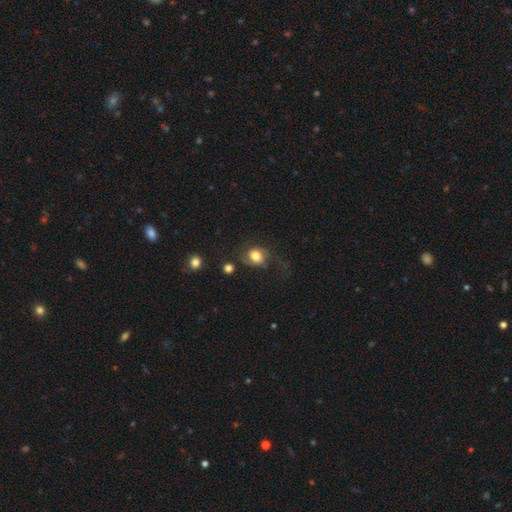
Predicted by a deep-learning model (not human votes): Q: Smooth or featured?
A: smooth (66%); runner-up: featured or disk (25%)
Q: How rounded?
A: round (60%); runner-up: in between (39%)
Q: Merging?
A: none (46%); runner-up: major disturbance (28%)